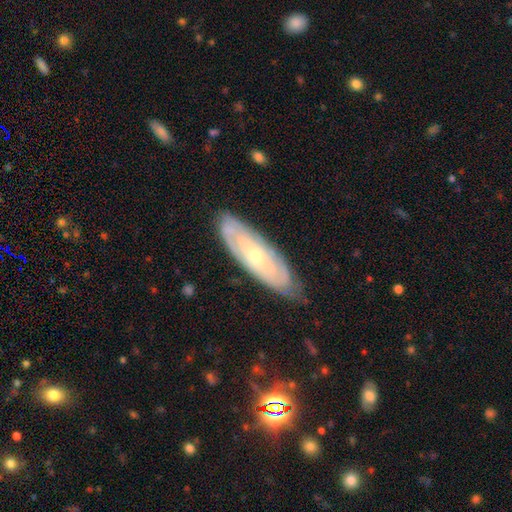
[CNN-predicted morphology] Smooth or featured?
  - featured or disk: 69% *
  - smooth: 25%
  - star or artifact: 6%
Edge-on disk?
  - no: 80% *
  - yes: 20%
Bar?
  - no: 68% *
  - weak: 25%
  - strong: 7%
Spiral arms?
  - yes: 79% *
  - no: 21%
Bulge size?
  - small: 59% *
  - moderate: 38%
  - large: 1%
  - none: 1%
  - dominant: 1%
Merging?
  - none: 76% *
  - minor disturbance: 19%
  - major disturbance: 4%
  - merger: 1%